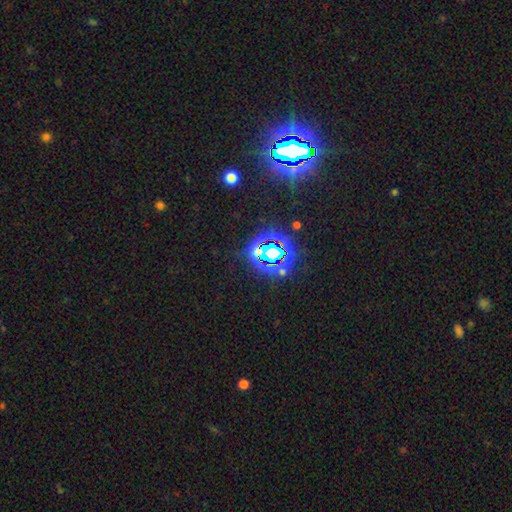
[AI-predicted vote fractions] A star or artifact, not a galaxy (82%).